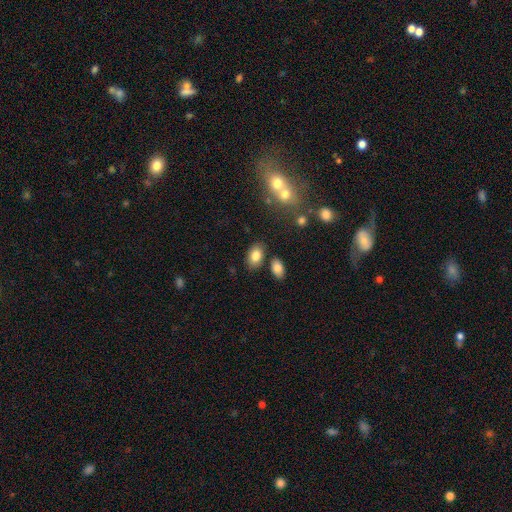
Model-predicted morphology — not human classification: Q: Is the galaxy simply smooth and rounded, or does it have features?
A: smooth — 82%.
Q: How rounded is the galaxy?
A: in between — 87%.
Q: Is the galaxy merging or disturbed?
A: none — 76%.